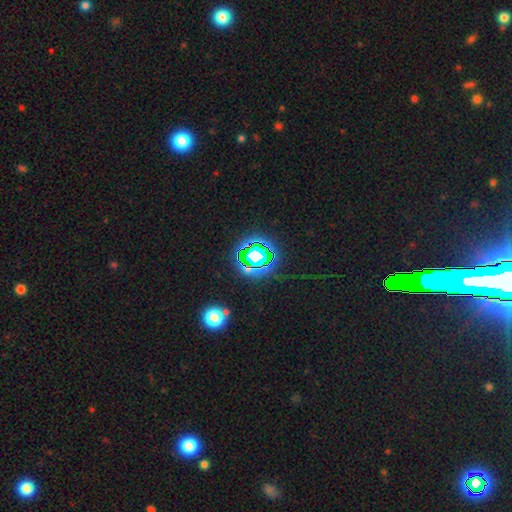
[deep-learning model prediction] Morphology: type=star or artifact (76%).